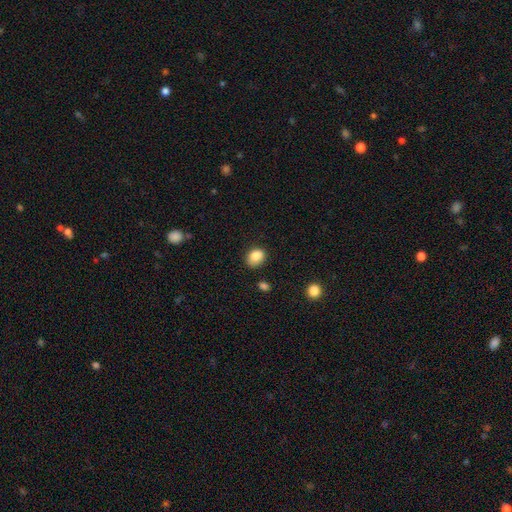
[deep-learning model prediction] Smooth or featured? Predicted: smooth (p=0.86). How rounded? Predicted: in between (p=0.62). Merging? Predicted: none (p=0.71).